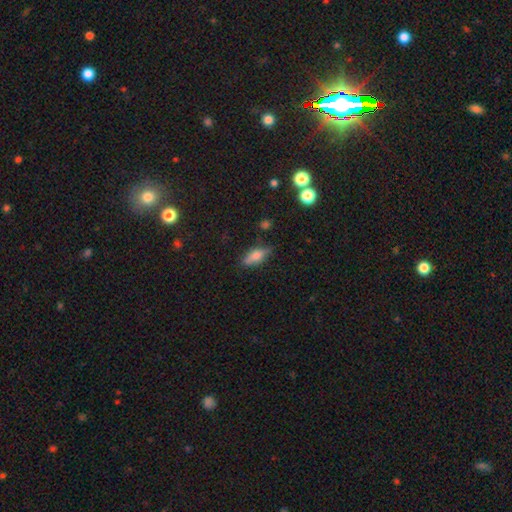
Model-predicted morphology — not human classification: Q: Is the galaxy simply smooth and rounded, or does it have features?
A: smooth — 67%.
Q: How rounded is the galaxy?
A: in between — 69%.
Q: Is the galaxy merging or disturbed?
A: none — 75%.